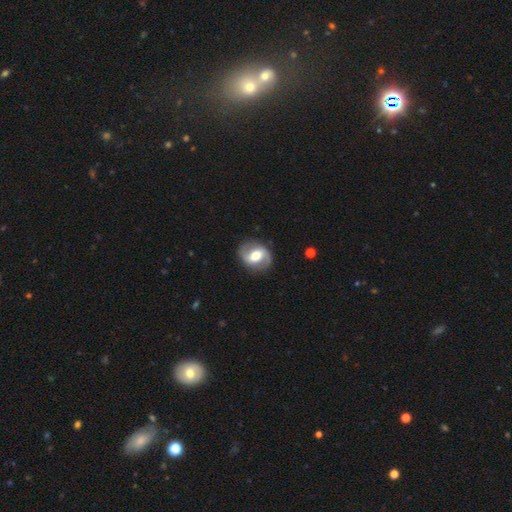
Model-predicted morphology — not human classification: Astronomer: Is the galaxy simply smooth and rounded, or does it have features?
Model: featured or disk — 73%.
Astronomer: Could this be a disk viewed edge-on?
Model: no — 97%.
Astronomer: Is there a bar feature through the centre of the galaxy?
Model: weak — 43% (runner-up: strong, 33%).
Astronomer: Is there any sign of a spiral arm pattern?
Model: yes — 84%.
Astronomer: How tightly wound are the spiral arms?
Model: medium — 47% (runner-up: loose, 32%).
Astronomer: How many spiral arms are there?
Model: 2 — 90%.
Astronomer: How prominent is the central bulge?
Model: moderate — 58%.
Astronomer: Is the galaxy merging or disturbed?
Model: none — 83%.